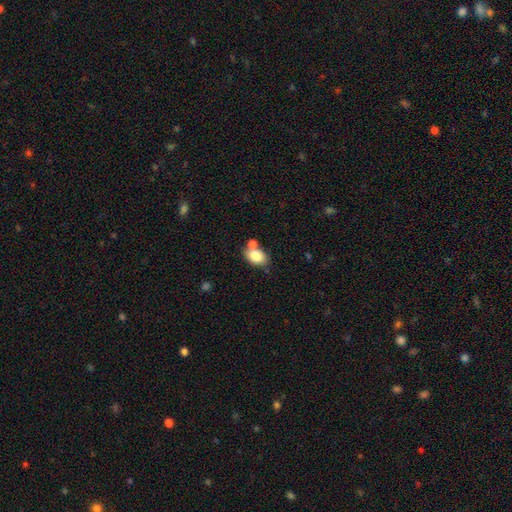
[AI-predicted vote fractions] Smooth or featured: smooth — 83% (featured or disk — 9%)
How rounded: in between — 79% (round — 20%)
Merging: none — 58% (merger — 25%)